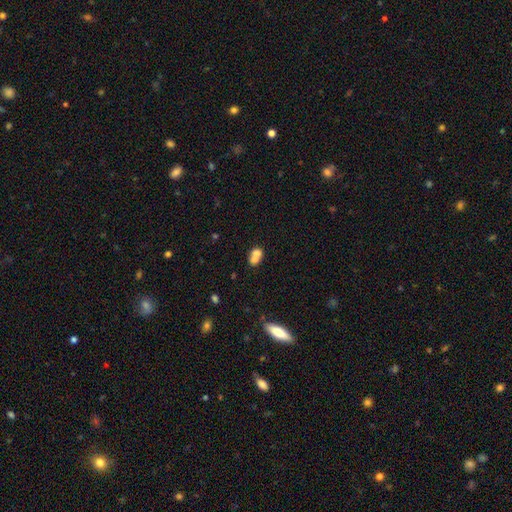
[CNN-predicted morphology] smooth 69%, featured or disk 20%, star or artifact 11%. Down the decision tree: how rounded — in between (58%); merging — merger (65%).